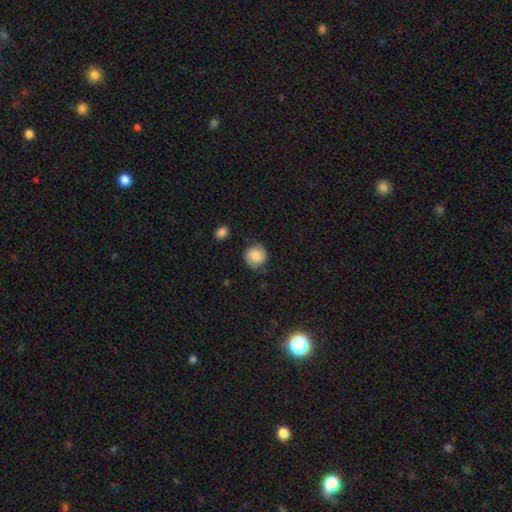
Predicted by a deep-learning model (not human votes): This appears to be a smooth galaxy with no disk features (53%) that is round (86%). Merging: none (76%).